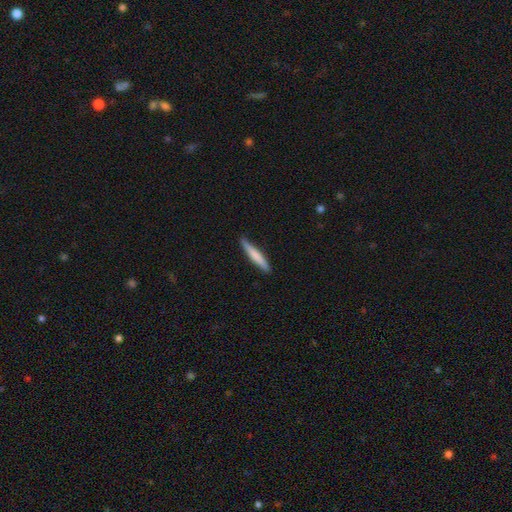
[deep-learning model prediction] smooth 71%, featured or disk 23%, star or artifact 5%. Down the decision tree: how rounded — cigar-shaped (94%); merging — none (89%).